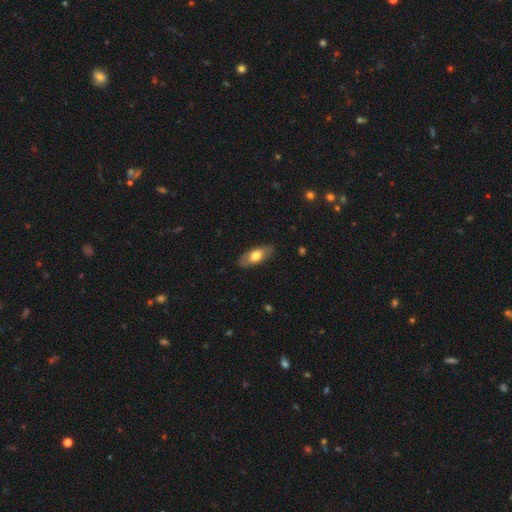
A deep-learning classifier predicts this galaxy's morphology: smooth-or-featured: smooth: 65% | featured or disk: 29% | star or artifact: 6%
  how-rounded: in between: 85% | cigar-shaped: 12% | round: 3%
  merging: none: 84% | minor disturbance: 12% | major disturbance: 3% | merger: 1%